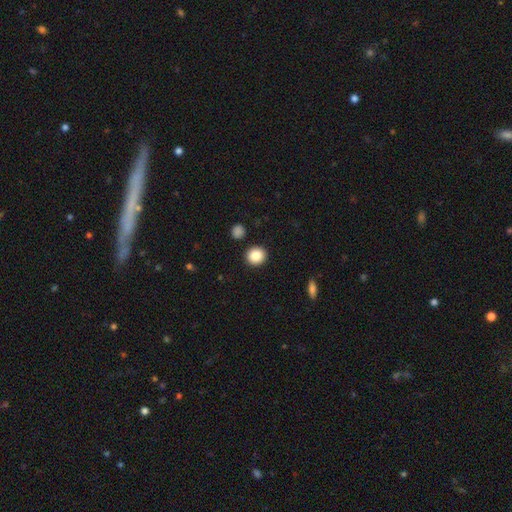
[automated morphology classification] A smooth galaxy with no disk features (86%) that is round (87%).

Vote fractions:
- Smooth or featured? smooth: 86% / star or artifact: 9% / featured or disk: 5%
- How rounded? round: 87% / in between: 12% / cigar-shaped: 1%
- Merging? none: 91% / minor disturbance: 5% / merger: 2% / major disturbance: 2%